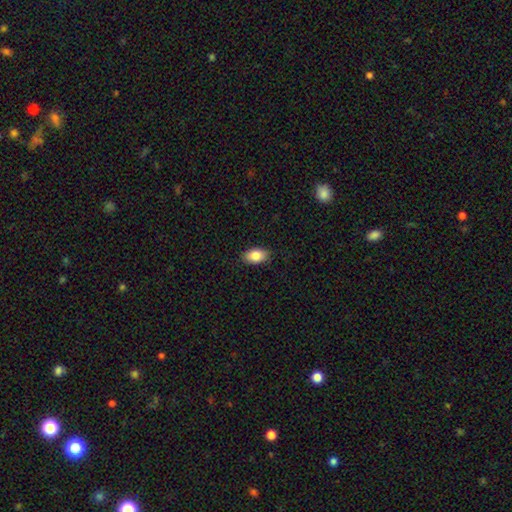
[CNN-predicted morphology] Overall: smooth (85%). How rounded: in between (91%). Merging: none (88%).